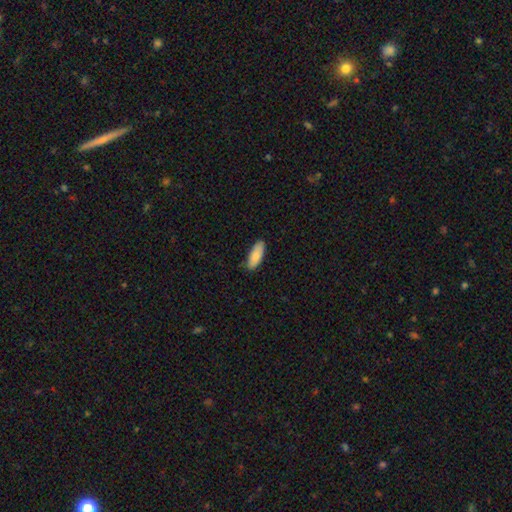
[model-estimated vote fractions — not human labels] smooth_or_featured: smooth (p=0.85) [alt: featured or disk p=0.09]
how_rounded: in between (p=0.75) [alt: cigar-shaped p=0.23]
merging: none (p=0.82) [alt: minor disturbance p=0.15]